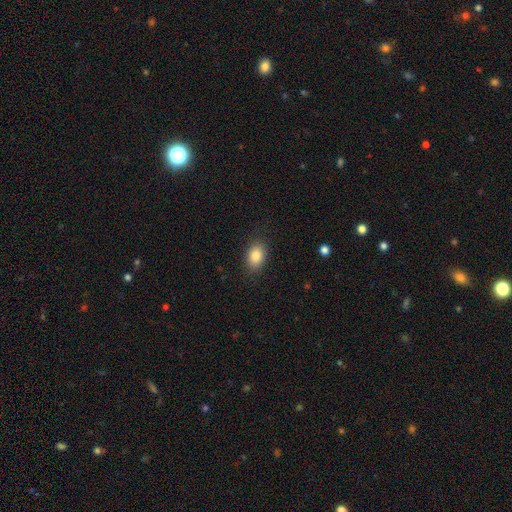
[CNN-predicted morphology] smooth 85%, star or artifact 8%, featured or disk 7%. Down the decision tree: how rounded — in between (82%); merging — none (86%).